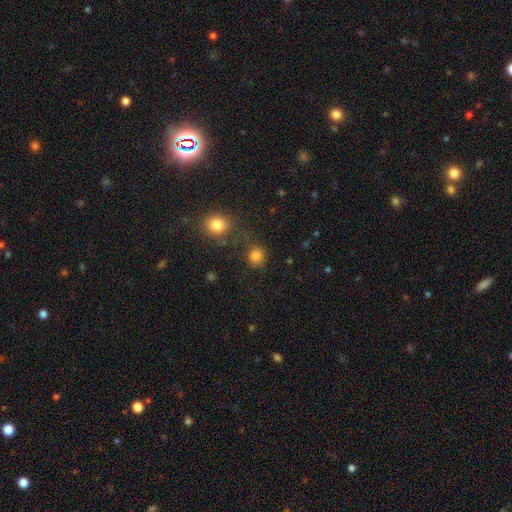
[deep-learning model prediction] smooth-or-featured: smooth: 81% | star or artifact: 14% | featured or disk: 5%
  how-rounded: round: 81% | in between: 18% | cigar-shaped: 1%
  merging: none: 69% | minor disturbance: 13% | merger: 11% | major disturbance: 6%